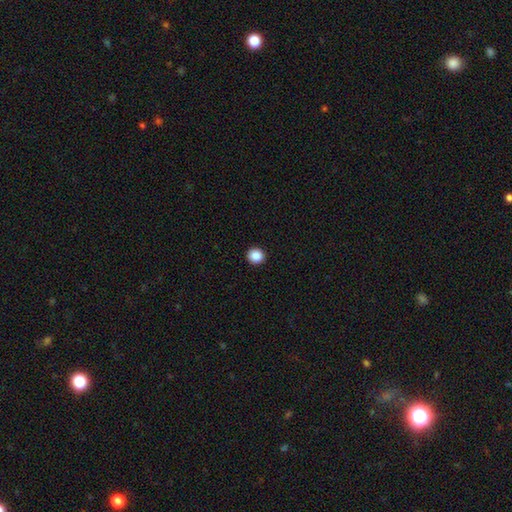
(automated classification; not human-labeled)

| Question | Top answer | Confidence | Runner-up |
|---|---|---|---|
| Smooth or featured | smooth | 88% | star or artifact (10%) |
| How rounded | round | 89% | in between (10%) |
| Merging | none | 93% | minor disturbance (4%) |